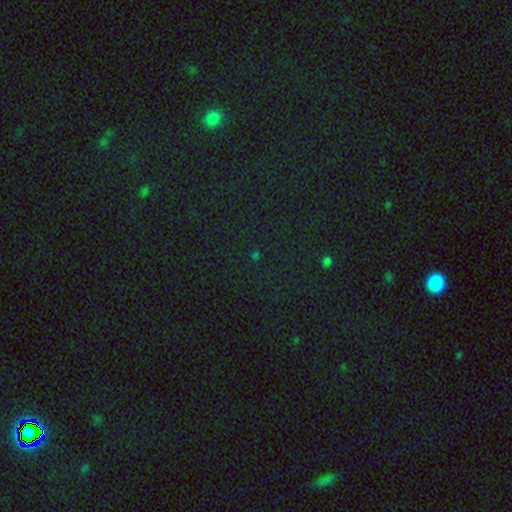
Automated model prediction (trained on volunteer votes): smooth-or-featured: star or artifact: 66% | smooth: 26% | featured or disk: 8%